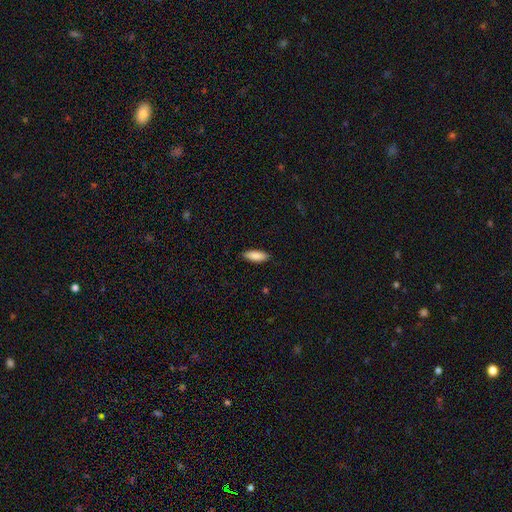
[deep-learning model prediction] A smooth galaxy with no disk features (88%) that is in between round and cigar-shaped (71%).

Vote fractions:
- Smooth or featured? smooth: 88% / featured or disk: 6% / star or artifact: 6%
- How rounded? in between: 71% / cigar-shaped: 28% / round: 2%
- Merging? none: 88% / minor disturbance: 9% / major disturbance: 2% / merger: 1%